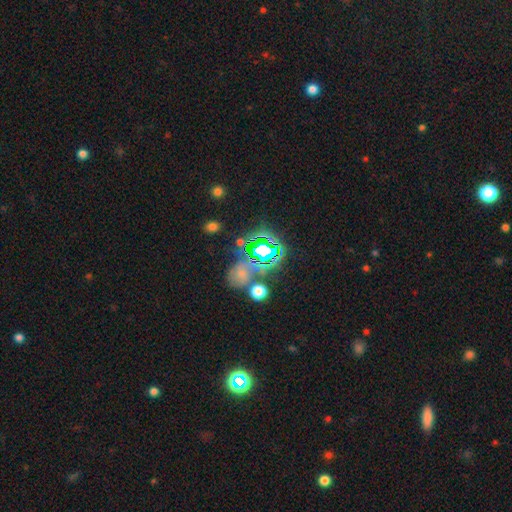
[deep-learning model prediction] smooth_or_featured: star or artifact (p=0.76) [alt: smooth p=0.15]